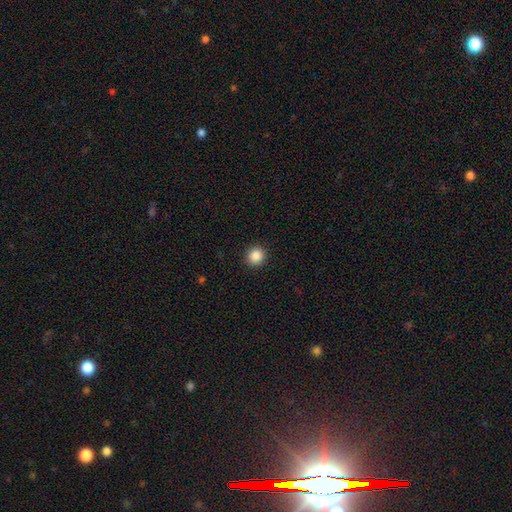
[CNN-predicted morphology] smooth_or_featured: smooth (p=0.87) [alt: star or artifact p=0.10]
how_rounded: round (p=0.92) [alt: in between p=0.07]
merging: none (p=0.92) [alt: minor disturbance p=0.05]